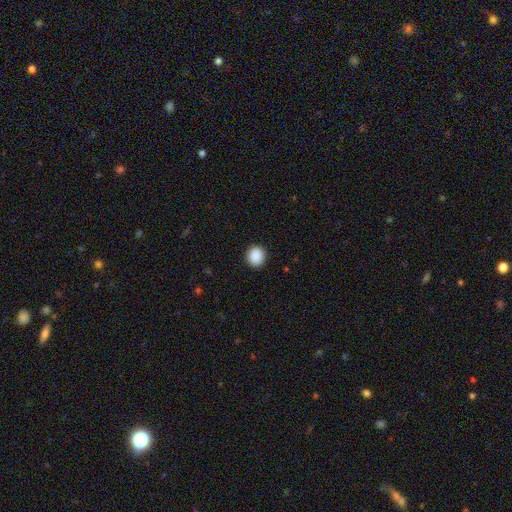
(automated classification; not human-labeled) Smooth or featured? Predicted: smooth (p=0.90). How rounded? Predicted: round (p=0.85). Merging? Predicted: none (p=0.92).